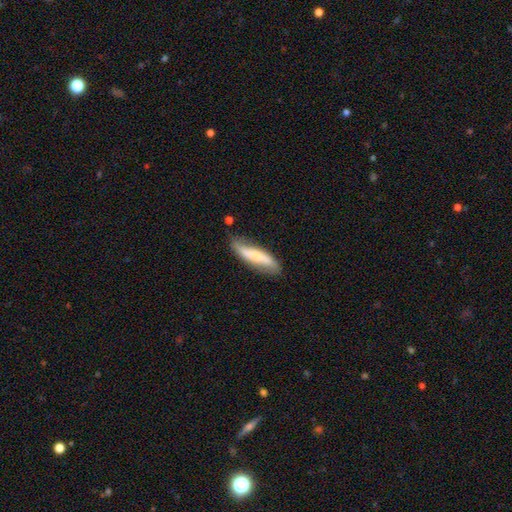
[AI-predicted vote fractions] smooth 51%, featured or disk 43%, star or artifact 6%. Down the decision tree: how rounded — cigar-shaped (73%); merging — none (67%).